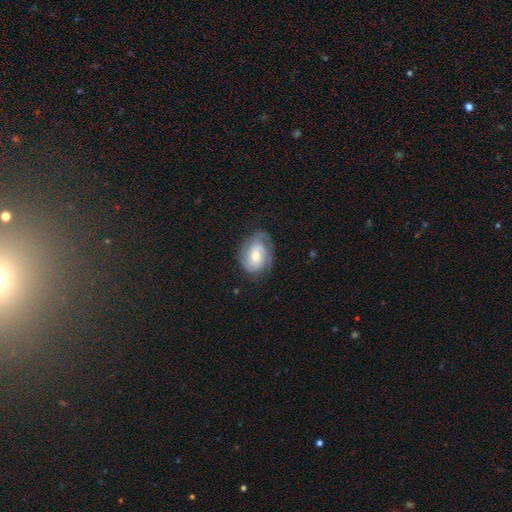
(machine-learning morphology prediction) Smooth or featured? Predicted: featured or disk (p=0.76). Edge-on disk? Predicted: no (p=0.97). Bar? Predicted: no (p=0.59). Spiral arms? Predicted: yes (p=0.94). Spiral winding? Predicted: tight (p=0.54). Spiral arm count? Predicted: 2 (p=0.42). Bulge size? Predicted: moderate (p=0.62). Merging? Predicted: none (p=0.68).